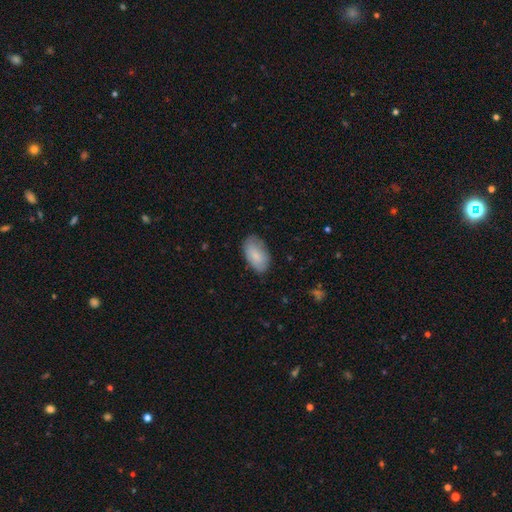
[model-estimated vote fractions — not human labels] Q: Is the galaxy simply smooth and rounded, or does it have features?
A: smooth — 79%.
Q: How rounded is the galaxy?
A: in between — 94%.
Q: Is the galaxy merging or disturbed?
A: none — 76%.